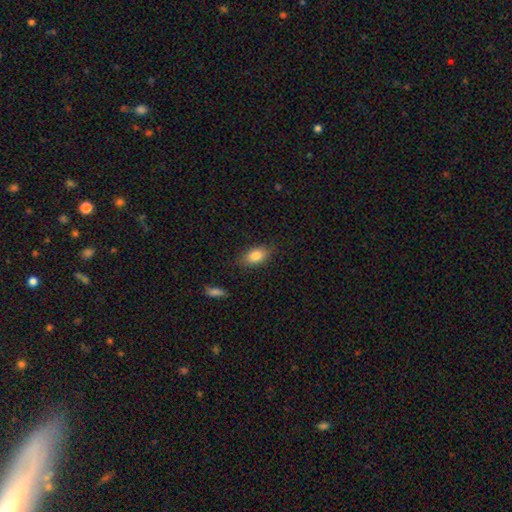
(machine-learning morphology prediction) A smooth galaxy with no disk features (82%) that is in between round and cigar-shaped (88%).

Vote fractions:
- Smooth or featured? smooth: 82% / featured or disk: 10% / star or artifact: 8%
- How rounded? in between: 88% / round: 8% / cigar-shaped: 4%
- Merging? none: 83% / minor disturbance: 12% / major disturbance: 3% / merger: 2%